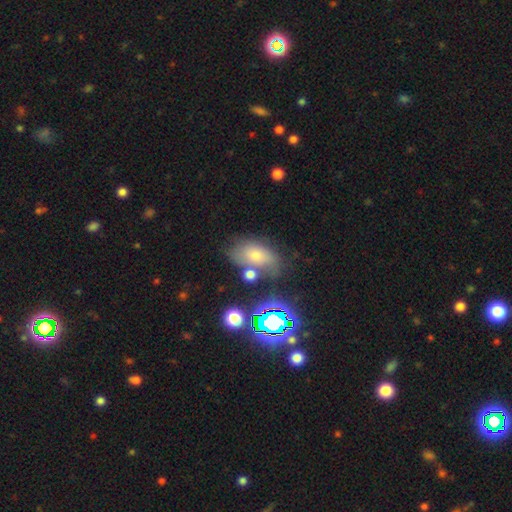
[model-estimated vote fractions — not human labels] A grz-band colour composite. It shows a smooth galaxy with no disk features (61%) that is in between round and cigar-shaped (86%). Merging: none (61%).